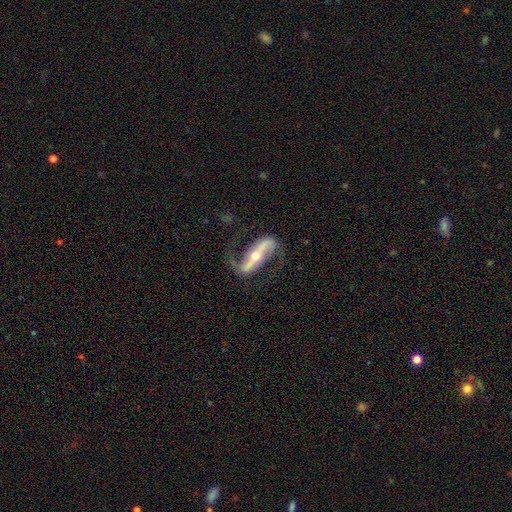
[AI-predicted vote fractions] Smooth or featured? Predicted: featured or disk (p=0.88). Edge-on disk? Predicted: no (p=0.85). Bar? Predicted: strong (p=0.66). Spiral arms? Predicted: yes (p=0.95). Spiral winding? Predicted: loose (p=0.61). Spiral arm count? Predicted: 2 (p=0.93). Bulge size? Predicted: moderate (p=0.57). Merging? Predicted: none (p=0.73).